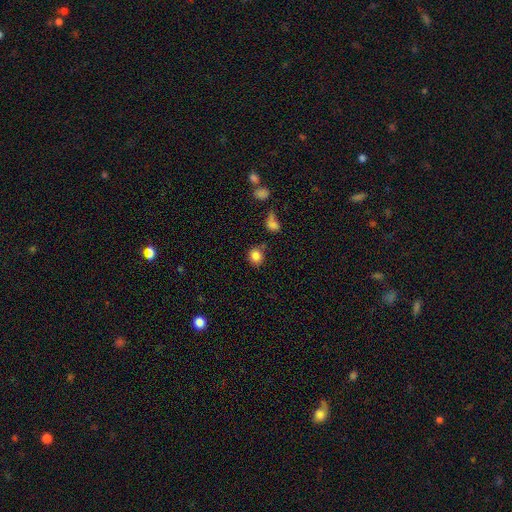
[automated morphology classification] This appears to be a smooth galaxy with no disk features (84%) that is round (73%). Merging: none (74%).